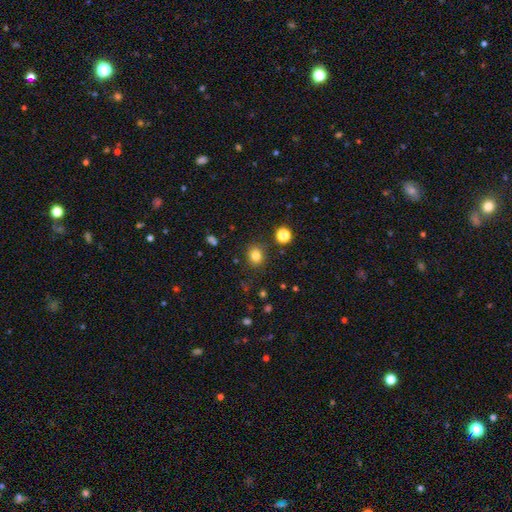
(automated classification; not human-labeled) This is clearly a smooth galaxy (81%). How rounded: likely round (75%). Merging: clearly none (86%).